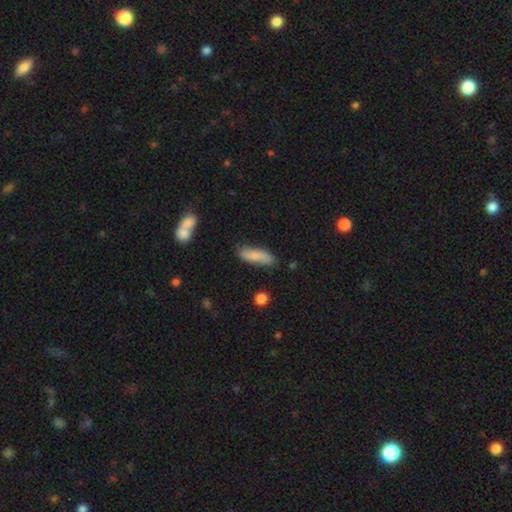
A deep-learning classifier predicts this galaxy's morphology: Overall: smooth (77%). How rounded: in between (53%; cigar-shaped 44%). Merging: none (74%).